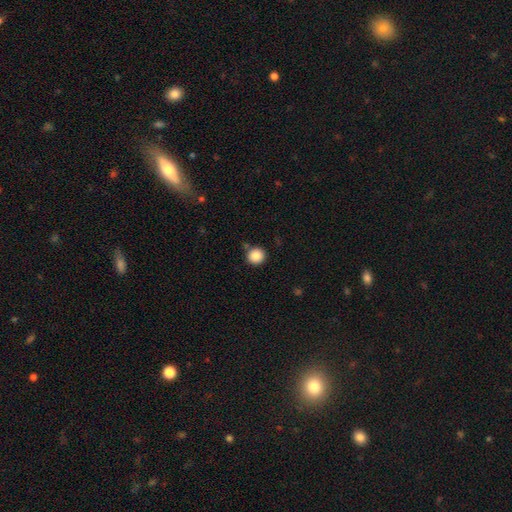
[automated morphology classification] A smooth galaxy with no disk features (87%) that is round (91%).

Vote fractions:
- Smooth or featured? smooth: 87% / star or artifact: 9% / featured or disk: 3%
- How rounded? round: 91% / in between: 8% / cigar-shaped: 1%
- Merging? none: 85% / minor disturbance: 8% / merger: 4% / major disturbance: 3%